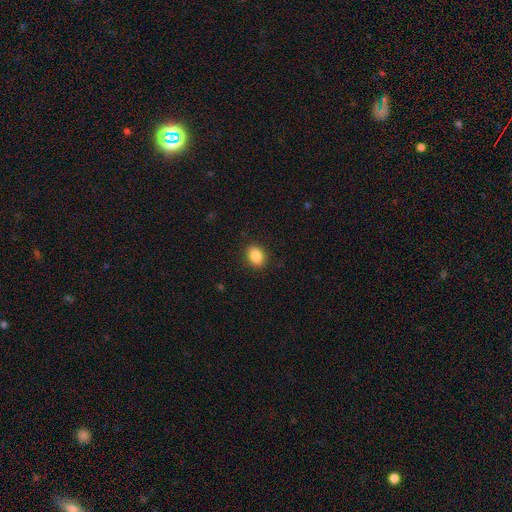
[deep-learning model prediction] This appears to be a smooth galaxy with no disk features (88%) that is in between round and cigar-shaped (71%). Merging: none (89%).